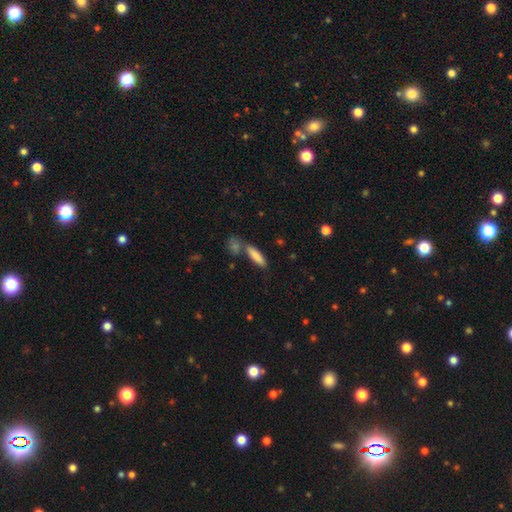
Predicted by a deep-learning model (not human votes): smooth-or-featured: smooth: 83% | featured or disk: 11% | star or artifact: 7%
  how-rounded: cigar-shaped: 64% | in between: 34% | round: 2%
  merging: none: 63% | merger: 21% | minor disturbance: 12% | major disturbance: 4%